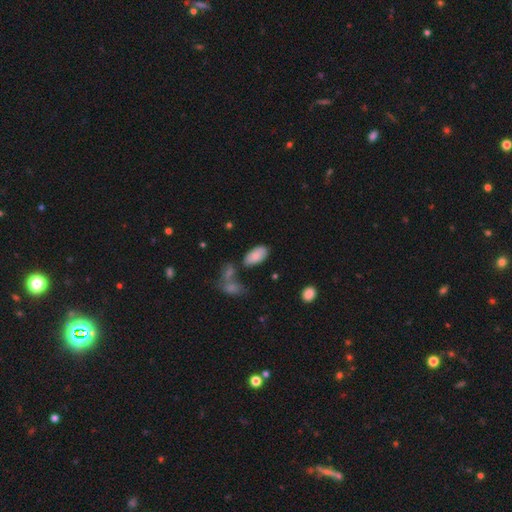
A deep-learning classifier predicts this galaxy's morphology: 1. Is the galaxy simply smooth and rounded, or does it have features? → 84% smooth, 9% featured or disk, 7% star or artifact.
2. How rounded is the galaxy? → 93% in between, 4% cigar-shaped, 2% round.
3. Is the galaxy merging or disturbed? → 71% none, 15% minor disturbance, 10% merger, 5% major disturbance.